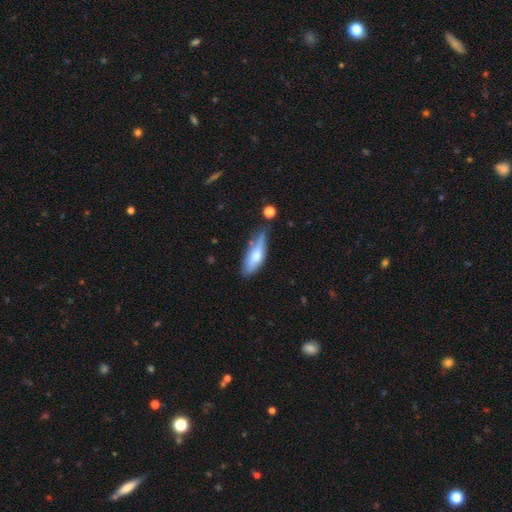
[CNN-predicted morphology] This is possibly a smooth galaxy (58%). How rounded: possibly cigar-shaped (49%). Merging: possibly none (58%).